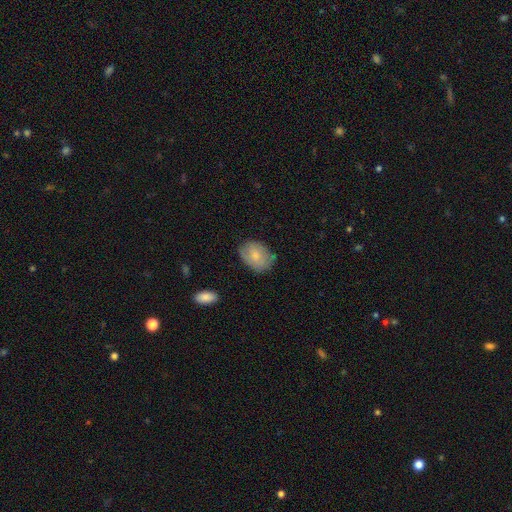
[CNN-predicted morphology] type=smooth (73%); roundness=in between (70%); merging=none (64%).